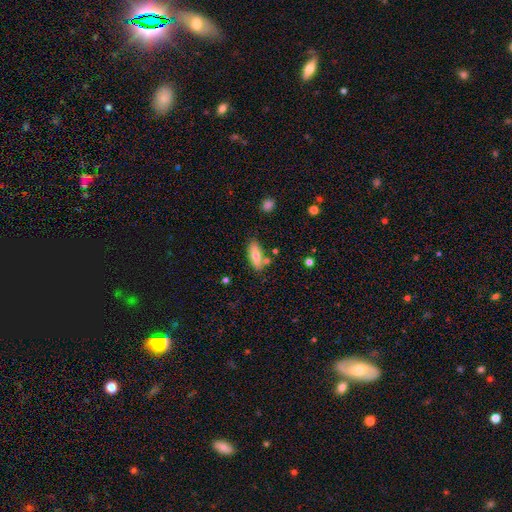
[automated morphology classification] smooth_or_featured: smooth (p=0.67) [alt: featured or disk p=0.26]
how_rounded: in between (p=0.59) [alt: cigar-shaped p=0.38]
merging: none (p=0.73) [alt: minor disturbance p=0.14]